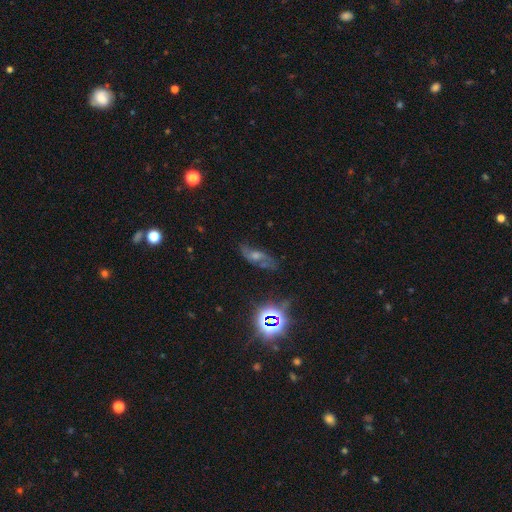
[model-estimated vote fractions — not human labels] smooth_or_featured: featured or disk (p=0.52) [alt: star or artifact p=0.28]
disk_edge_on: no (p=0.82) [alt: yes p=0.18]
merging: none (p=0.66) [alt: minor disturbance p=0.20]